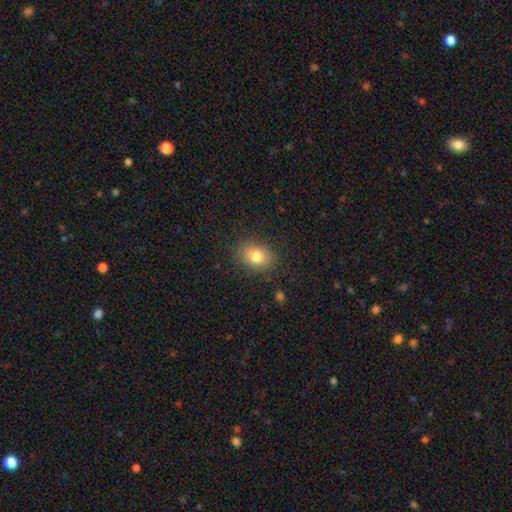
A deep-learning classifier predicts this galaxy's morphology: Smooth or featured? Predicted: smooth (p=0.79). How rounded? Predicted: in between (p=0.65). Merging? Predicted: none (p=0.84).